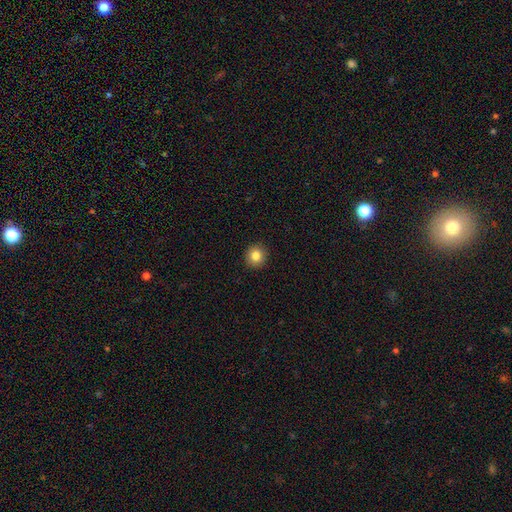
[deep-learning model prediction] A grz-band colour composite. It shows a smooth galaxy with no disk features (83%) that is round (92%). Merging: none (93%).